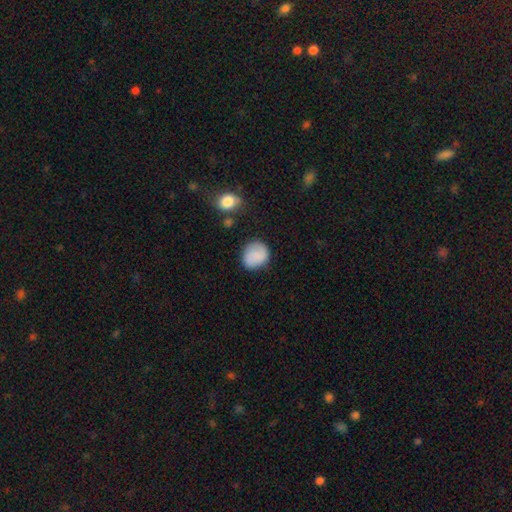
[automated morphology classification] Smooth or featured? Predicted: smooth (p=0.82). How rounded? Predicted: round (p=0.74). Merging? Predicted: none (p=0.79).